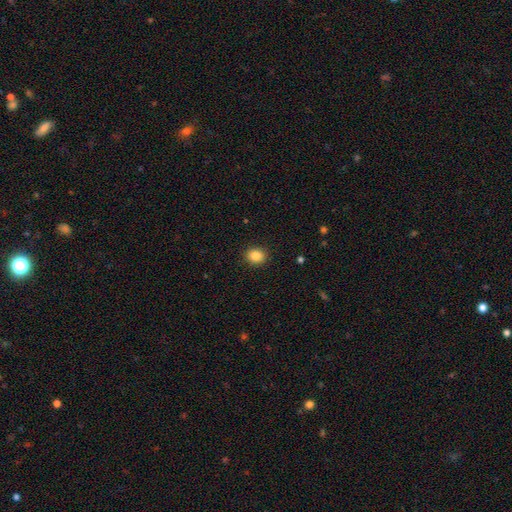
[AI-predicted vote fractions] Smooth or featured: smooth — 86% (star or artifact — 10%)
How rounded: round — 67% (in between — 33%)
Merging: none — 91% (minor disturbance — 6%)